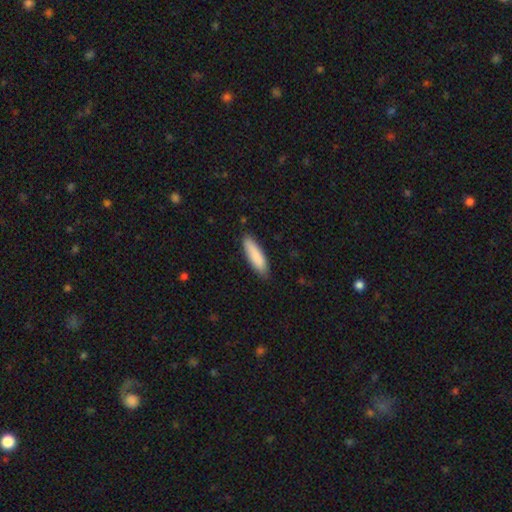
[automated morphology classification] Q: Smooth or featured?
A: smooth (87%); runner-up: featured or disk (8%)
Q: How rounded?
A: cigar-shaped (57%); runner-up: in between (42%)
Q: Merging?
A: none (83%); runner-up: minor disturbance (13%)